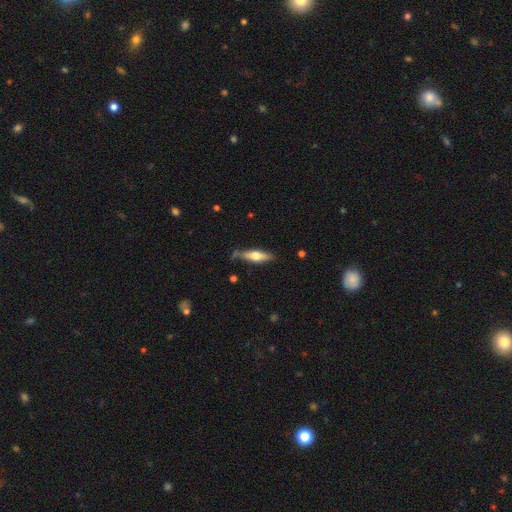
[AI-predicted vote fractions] smooth-or-featured: featured or disk: 52% | smooth: 42% | star or artifact: 6%
  disk-edge-on: yes: 91% | no: 9%
  merging: none: 72% | minor disturbance: 19% | major disturbance: 5% | merger: 4%